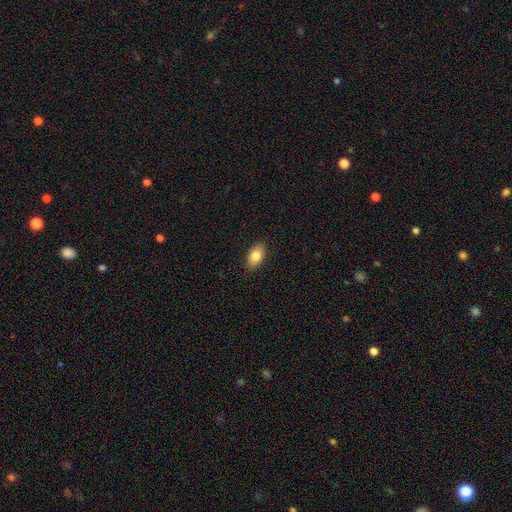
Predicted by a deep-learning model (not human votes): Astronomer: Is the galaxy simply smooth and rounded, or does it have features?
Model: smooth — 81%.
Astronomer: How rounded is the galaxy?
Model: in between — 91%.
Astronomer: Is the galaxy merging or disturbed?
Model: none — 88%.